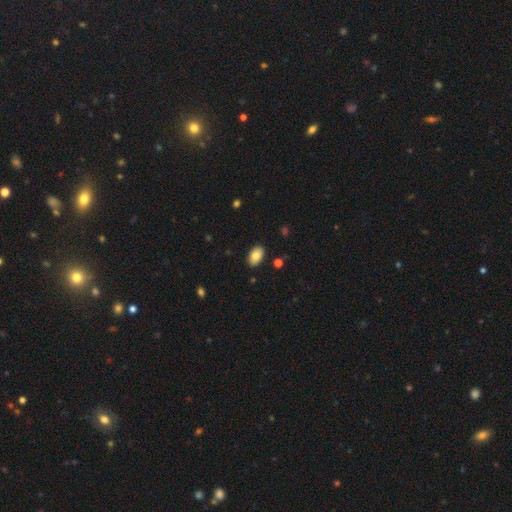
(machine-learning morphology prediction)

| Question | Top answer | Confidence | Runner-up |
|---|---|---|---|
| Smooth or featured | smooth | 81% | featured or disk (12%) |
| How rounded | in between | 92% | round (7%) |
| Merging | none | 89% | minor disturbance (8%) |